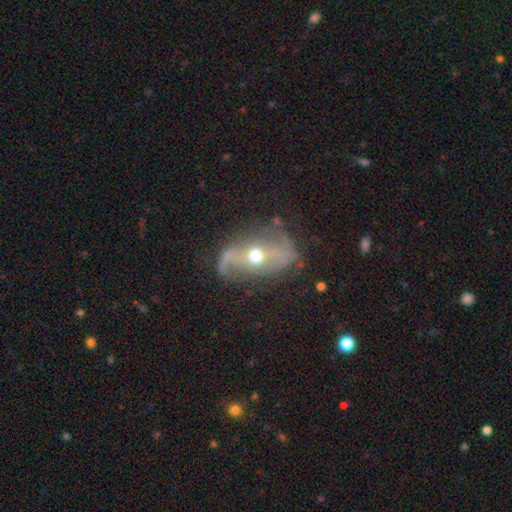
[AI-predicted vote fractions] Smooth or featured?
  - featured or disk: 80% *
  - smooth: 13%
  - star or artifact: 7%
Edge-on disk?
  - no: 92% *
  - yes: 8%
Bar?
  - no: 43% *
  - weak: 30%
  - strong: 26%
Spiral arms?
  - yes: 77% *
  - no: 23%
Spiral winding?
  - loose: 66% *
  - medium: 25%
  - tight: 9%
Spiral arm count?
  - 2: 89% *
  - can't tell: 5%
  - 1: 3%
  - 3: 1%
  - 4: 1%
  - more than 4: 1%
Bulge size?
  - moderate: 76% *
  - small: 11%
  - large: 11%
  - dominant: 1%
  - none: 1%
Merging?
  - none: 64% *
  - minor disturbance: 20%
  - major disturbance: 13%
  - merger: 3%